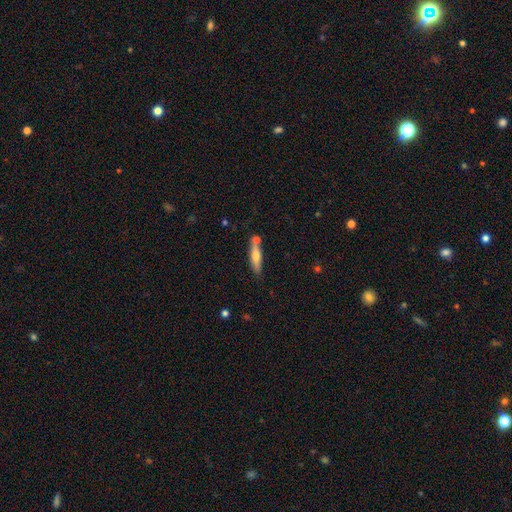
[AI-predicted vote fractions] Q: Smooth or featured?
A: smooth (57%); runner-up: featured or disk (37%)
Q: How rounded?
A: cigar-shaped (74%); runner-up: in between (24%)
Q: Merging?
A: none (70%); runner-up: merger (13%)